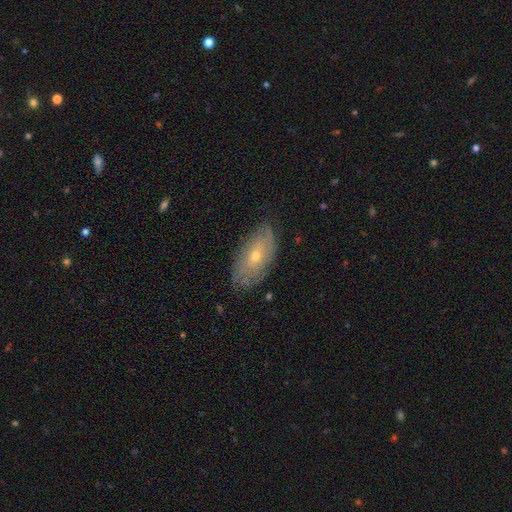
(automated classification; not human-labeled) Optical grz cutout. It shows a featured or disk galaxy (57%). Merging: none (75%).